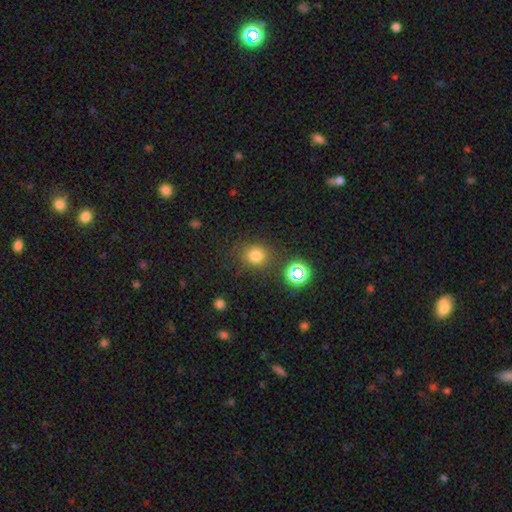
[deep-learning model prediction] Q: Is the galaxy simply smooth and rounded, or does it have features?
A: smooth — 76%.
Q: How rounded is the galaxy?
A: round — 80%.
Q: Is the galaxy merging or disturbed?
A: none — 81%.